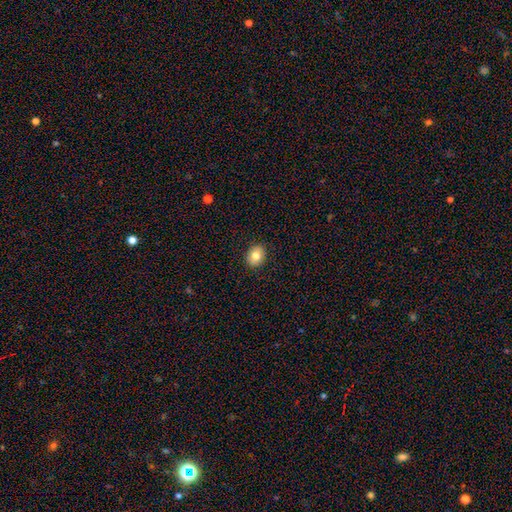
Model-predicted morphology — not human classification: Smooth or featured?
  - smooth: 80% *
  - featured or disk: 11%
  - star or artifact: 9%
How rounded?
  - round: 52% *
  - in between: 47%
  - cigar-shaped: 1%
Merging?
  - none: 90% *
  - minor disturbance: 7%
  - major disturbance: 2%
  - merger: 1%